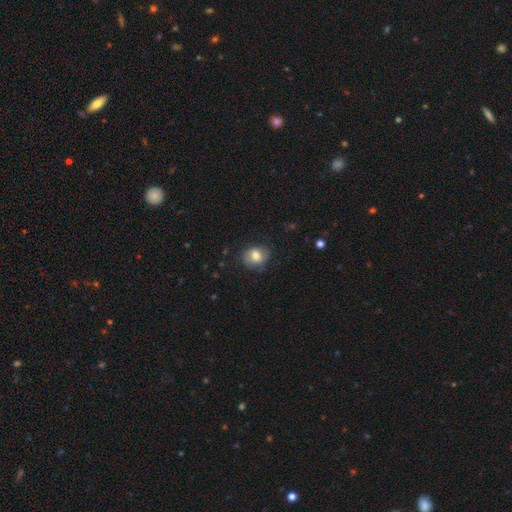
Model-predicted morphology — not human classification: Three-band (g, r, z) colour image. It shows a smooth galaxy with no disk features (74%) that is round (64%). Merging: none (72%).